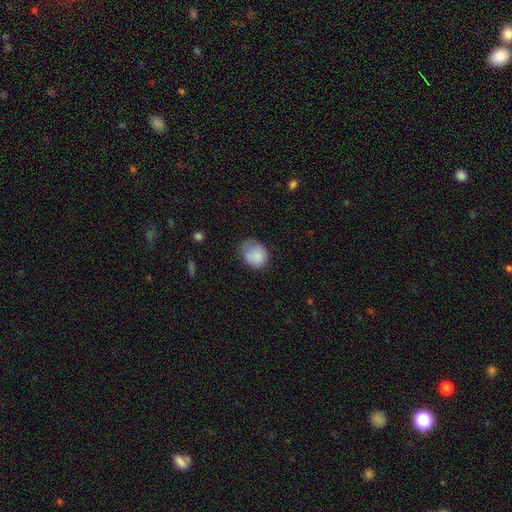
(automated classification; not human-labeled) A smooth galaxy with no disk features (84%) that is round (56%). Merging: none (45%).